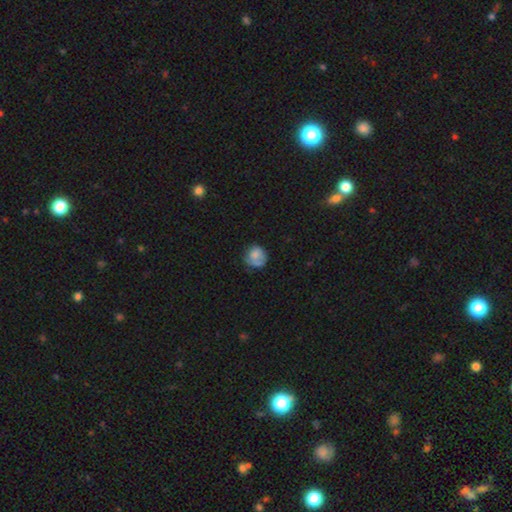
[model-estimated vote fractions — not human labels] A smooth galaxy with no disk features (72%) that is round (81%).

Vote fractions:
- Smooth or featured? smooth: 72% / featured or disk: 19% / star or artifact: 9%
- How rounded? round: 81% / in between: 18% / cigar-shaped: 1%
- Merging? none: 55% / minor disturbance: 28% / major disturbance: 13% / merger: 4%